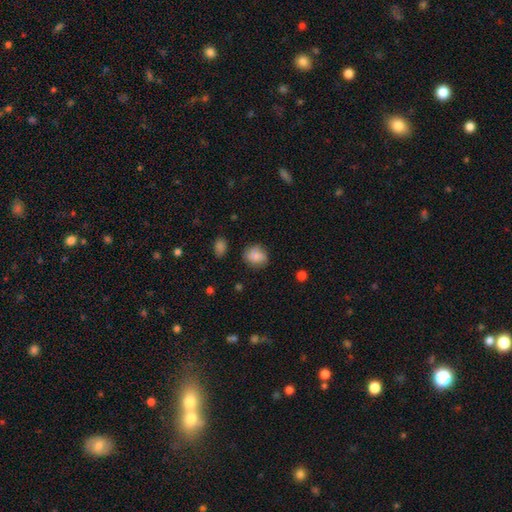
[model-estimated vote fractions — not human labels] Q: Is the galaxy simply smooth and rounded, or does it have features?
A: smooth — 82%.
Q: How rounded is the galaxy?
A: round — 66%.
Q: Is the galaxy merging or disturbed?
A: none — 70%.